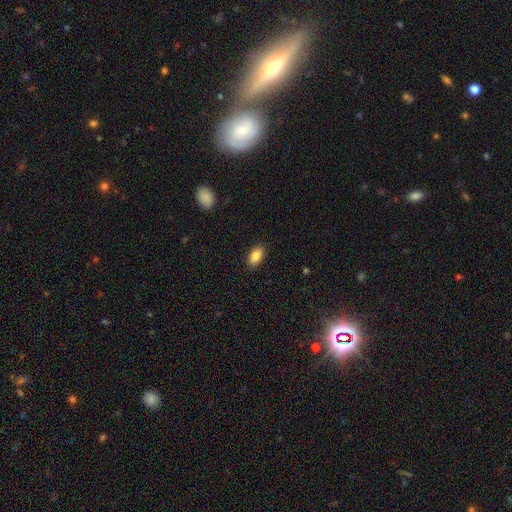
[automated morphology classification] smooth-or-featured: smooth: 87% | star or artifact: 7% | featured or disk: 6%
  how-rounded: in between: 92% | round: 5% | cigar-shaped: 4%
  merging: none: 88% | minor disturbance: 8% | major disturbance: 2% | merger: 1%